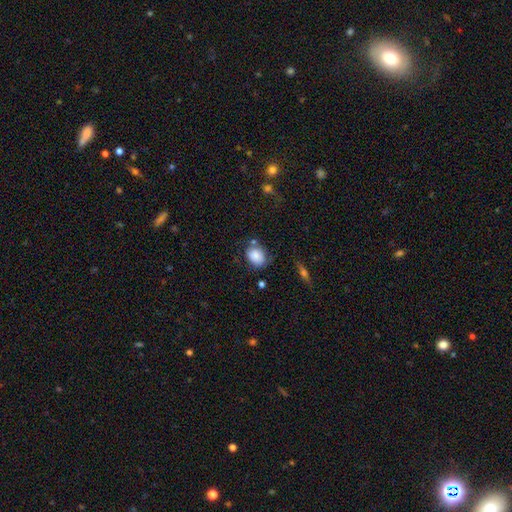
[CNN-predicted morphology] This appears to be a smooth galaxy with no disk features (83%) that is in between round and cigar-shaped (57%). Merging: none (60%).